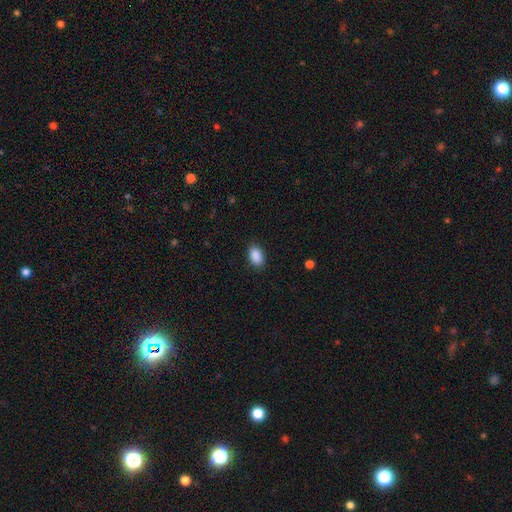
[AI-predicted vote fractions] Overall: smooth (90%). How rounded: in between (90%). Merging: none (86%).